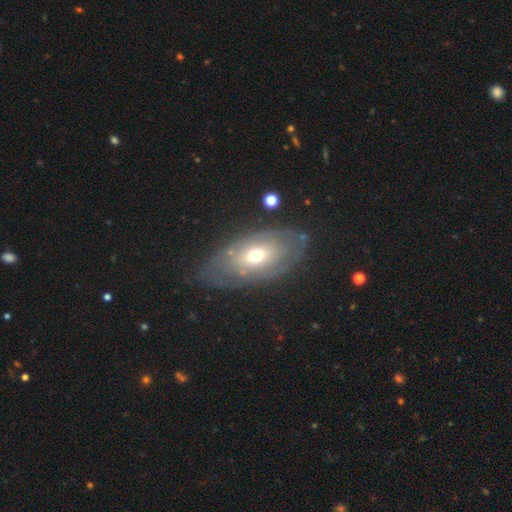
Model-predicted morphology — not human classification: The model was most divided on "spiral arms": no: 54%, yes: 46%. More confident: edge-on disk — no (89%); bar — no (81%); merging — none (70%); bulge size — moderate (64%); smooth or featured — featured or disk (61%).